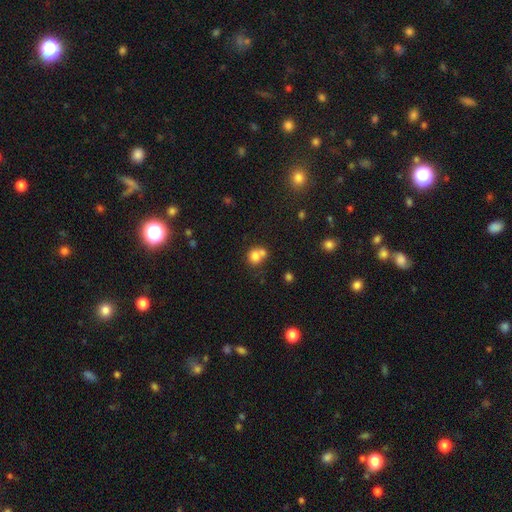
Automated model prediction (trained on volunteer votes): Q: Smooth or featured?
A: smooth (76%); runner-up: featured or disk (13%)
Q: How rounded?
A: round (71%); runner-up: in between (28%)
Q: Merging?
A: merger (52%); runner-up: none (34%)